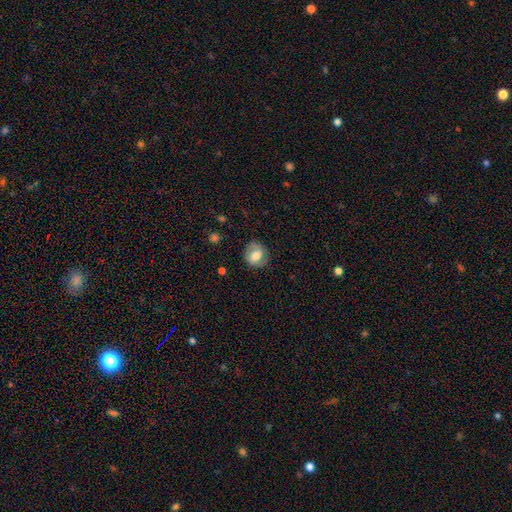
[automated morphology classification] A smooth galaxy with no disk features (57%) that is round (74%). Merging: none (77%).